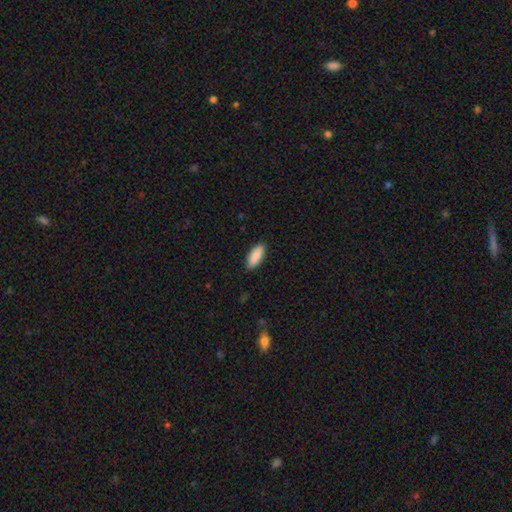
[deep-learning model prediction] Smooth or featured? Predicted: smooth (p=0.90). How rounded? Predicted: in between (p=0.78). Merging? Predicted: none (p=0.89).